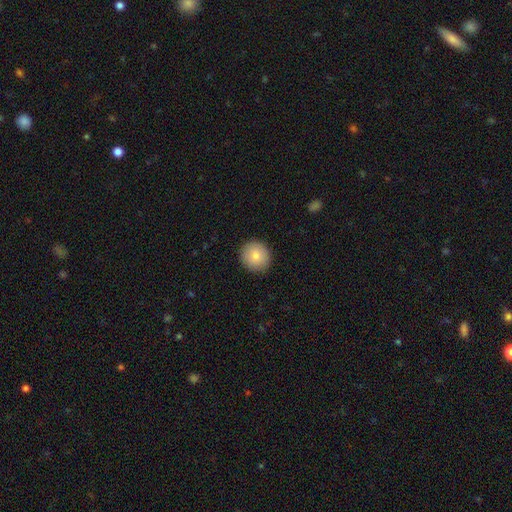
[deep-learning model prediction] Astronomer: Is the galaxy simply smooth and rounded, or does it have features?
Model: smooth — 83%.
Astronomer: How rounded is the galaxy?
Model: round — 91%.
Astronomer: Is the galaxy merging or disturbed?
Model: none — 91%.